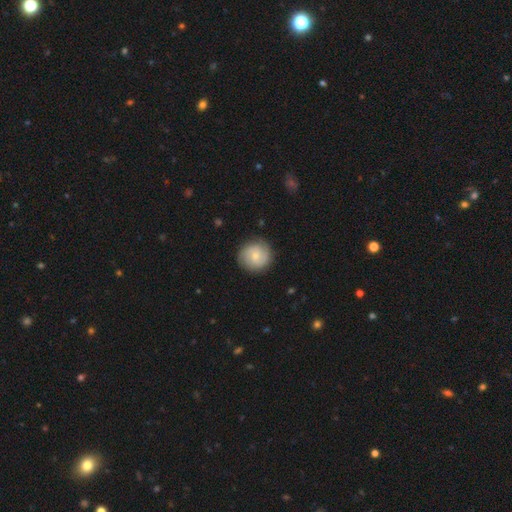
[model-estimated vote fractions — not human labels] Smooth or featured? Predicted: smooth (p=0.47, tied with featured or disk). Merging? Predicted: none (p=0.87).